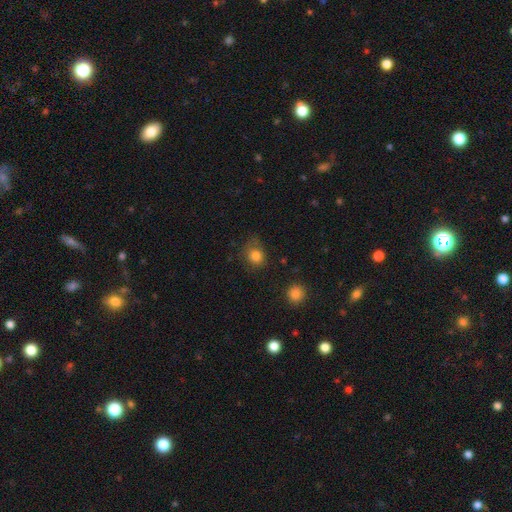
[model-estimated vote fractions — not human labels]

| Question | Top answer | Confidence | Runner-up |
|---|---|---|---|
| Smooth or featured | smooth | 81% | star or artifact (12%) |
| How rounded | round | 76% | in between (23%) |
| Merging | none | 62% | minor disturbance (25%) |